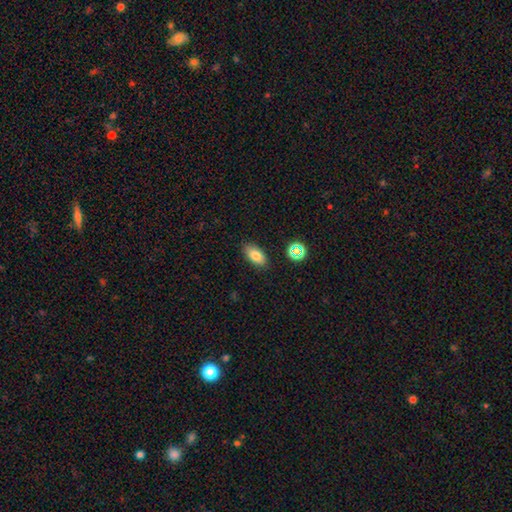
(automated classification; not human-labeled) A smooth galaxy with no disk features (79%) that is in between round and cigar-shaped (89%).

Vote fractions:
- Smooth or featured? smooth: 79% / star or artifact: 11% / featured or disk: 10%
- How rounded? in between: 89% / round: 6% / cigar-shaped: 5%
- Merging? none: 85% / minor disturbance: 11% / major disturbance: 2% / merger: 2%